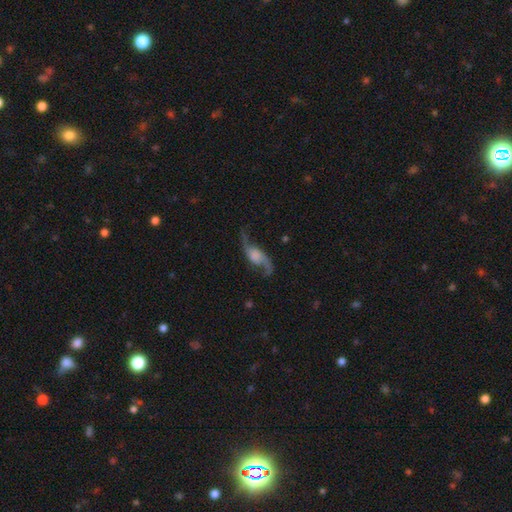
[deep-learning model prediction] The model was most divided on "bulge size": none: 38%, large: 24%, small: 15%, moderate: 12%, dominant: 11%. More confident: spiral arms — yes (96%); edge-on disk — no (94%); spiral arm count — 2 (93%); smooth or featured — featured or disk (84%); spiral winding — loose (84%); merging — none (69%); bar — no (64%).